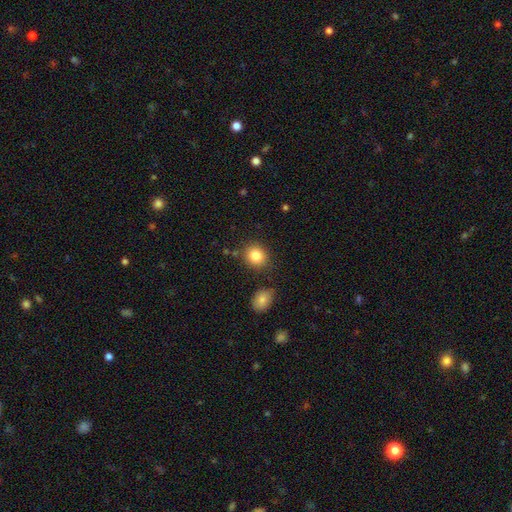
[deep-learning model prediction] This appears to be a smooth galaxy with no disk features (84%) that is round (73%). Merging: none (81%).